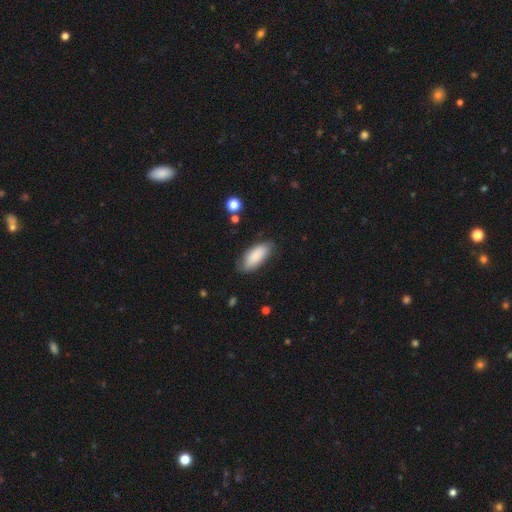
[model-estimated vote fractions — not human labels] smooth-or-featured: smooth: 85% | featured or disk: 9% | star or artifact: 6%
  how-rounded: in between: 84% | cigar-shaped: 14% | round: 2%
  merging: none: 78% | minor disturbance: 17% | major disturbance: 4% | merger: 2%